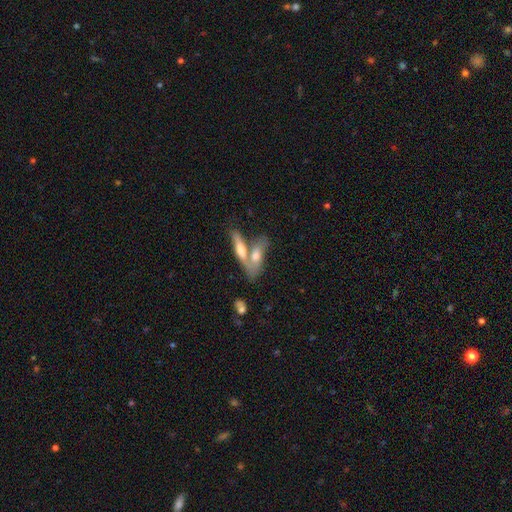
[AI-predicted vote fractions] smooth 59%, featured or disk 35%, star or artifact 6%. Down the decision tree: how rounded — in between (54%); merging — merger (58%).